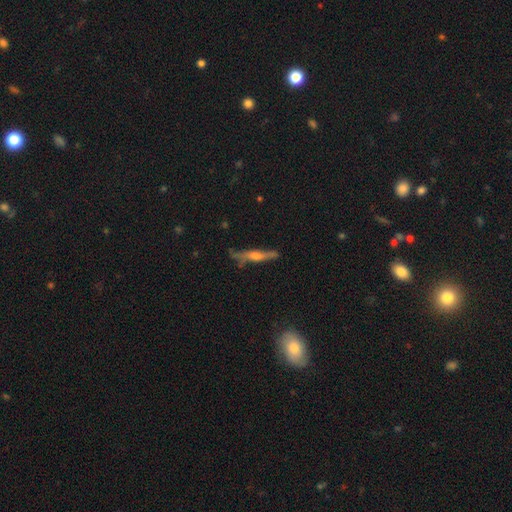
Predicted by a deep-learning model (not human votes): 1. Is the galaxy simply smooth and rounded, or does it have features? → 63% featured or disk, 29% smooth, 8% star or artifact.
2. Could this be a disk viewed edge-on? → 90% yes, 10% no.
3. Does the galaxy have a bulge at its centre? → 73% rounded, 14% boxy, 13% none.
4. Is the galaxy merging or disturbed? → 70% none, 20% minor disturbance, 6% major disturbance, 3% merger.